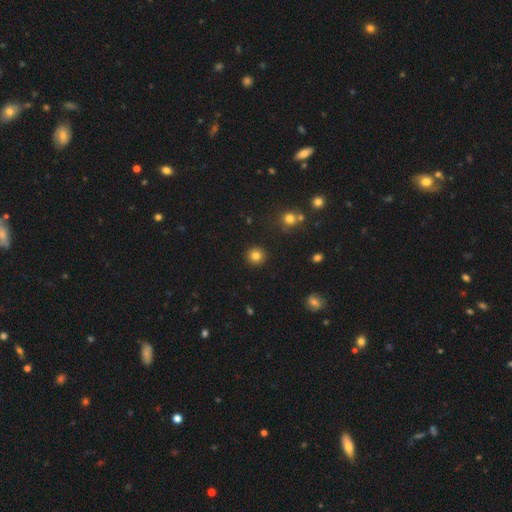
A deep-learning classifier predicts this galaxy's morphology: Smooth or featured? Predicted: smooth (p=0.83). How rounded? Predicted: round (p=0.93). Merging? Predicted: none (p=0.92).